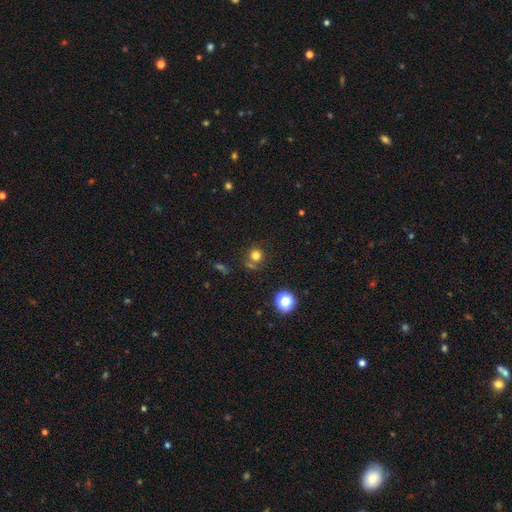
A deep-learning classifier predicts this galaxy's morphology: This is likely a smooth galaxy (75%). How rounded: clearly round (90%). Merging: likely none (69%).